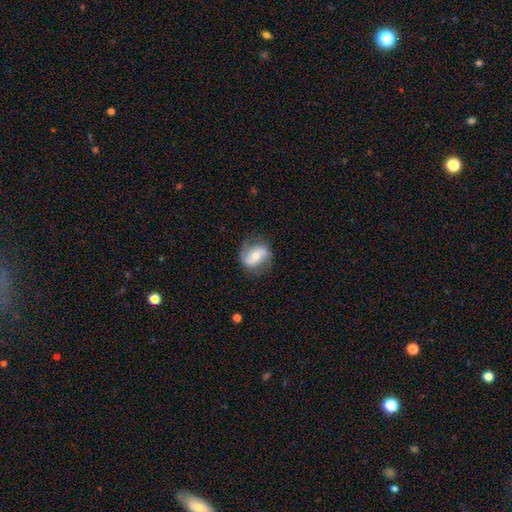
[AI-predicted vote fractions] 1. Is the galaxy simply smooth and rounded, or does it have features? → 69% featured or disk, 25% smooth, 6% star or artifact.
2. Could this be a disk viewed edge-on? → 96% no, 4% yes.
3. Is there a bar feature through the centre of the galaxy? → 35% weak, 32% strong, 32% no.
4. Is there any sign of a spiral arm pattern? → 88% yes, 12% no.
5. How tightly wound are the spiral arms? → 48% loose, 36% medium, 16% tight.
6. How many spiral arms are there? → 88% 2, 5% can't tell, 4% 1, 1% 3, 1% 4, 1% more than 4.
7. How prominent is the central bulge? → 56% moderate, 36% small, 5% large, 2% none, 1% dominant.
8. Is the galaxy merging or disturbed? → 75% none, 17% minor disturbance, 6% major disturbance, 1% merger.